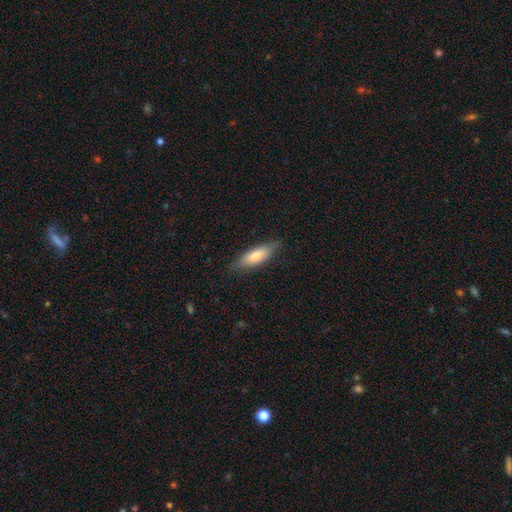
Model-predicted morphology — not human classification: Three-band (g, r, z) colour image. It shows a smooth galaxy with no disk features (73%) that is cigar-shaped (49%, tied with in between). Merging: none (81%).